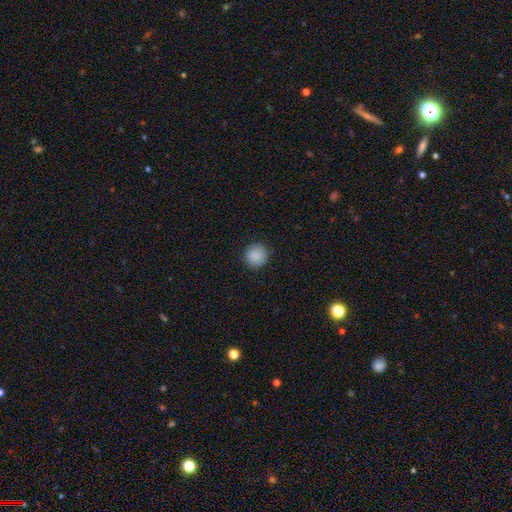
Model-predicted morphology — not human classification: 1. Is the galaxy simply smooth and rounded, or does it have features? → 89% smooth, 8% star or artifact, 3% featured or disk.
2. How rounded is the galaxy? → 94% round, 5% in between, 1% cigar-shaped.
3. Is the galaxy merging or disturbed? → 90% none, 7% minor disturbance, 2% major disturbance, 1% merger.